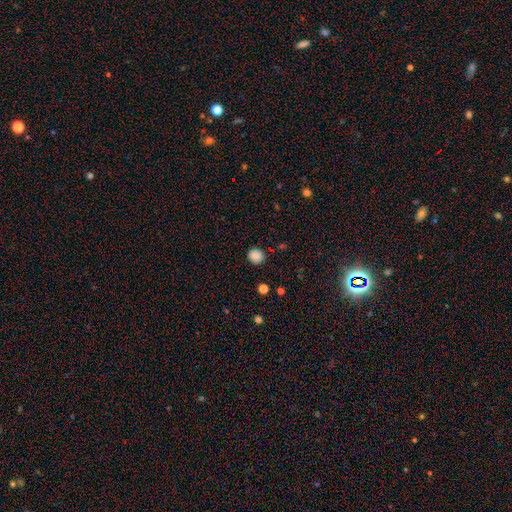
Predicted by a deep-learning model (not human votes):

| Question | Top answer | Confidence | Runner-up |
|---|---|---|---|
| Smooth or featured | smooth | 86% | star or artifact (10%) |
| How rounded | round | 88% | in between (11%) |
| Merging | none | 88% | minor disturbance (8%) |